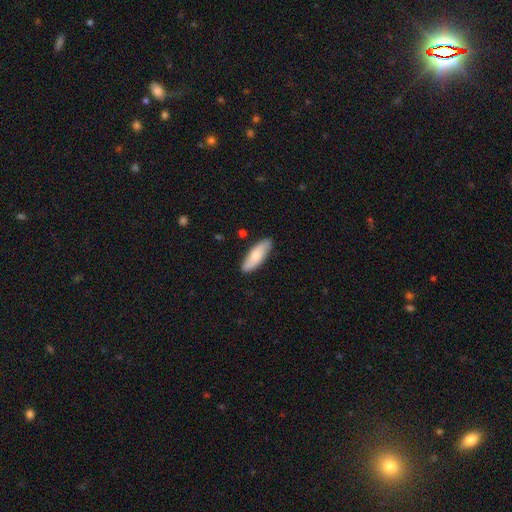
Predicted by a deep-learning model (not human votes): Smooth or featured? smooth (75%)
How rounded? in between (58%)
Merging? none (86%)